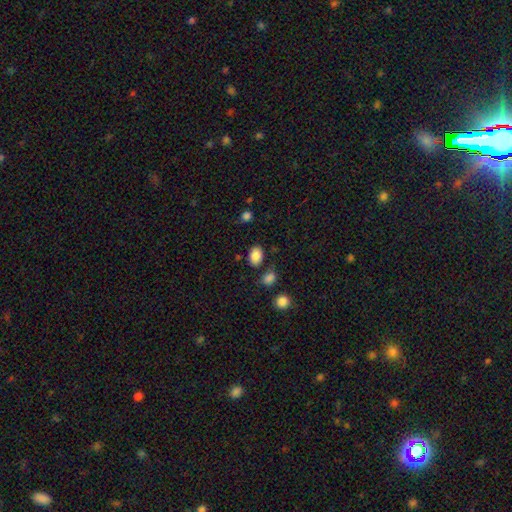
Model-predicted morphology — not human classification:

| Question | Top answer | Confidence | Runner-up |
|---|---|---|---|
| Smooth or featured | smooth | 86% | star or artifact (9%) |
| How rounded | in between | 78% | round (21%) |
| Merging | none | 79% | minor disturbance (12%) |